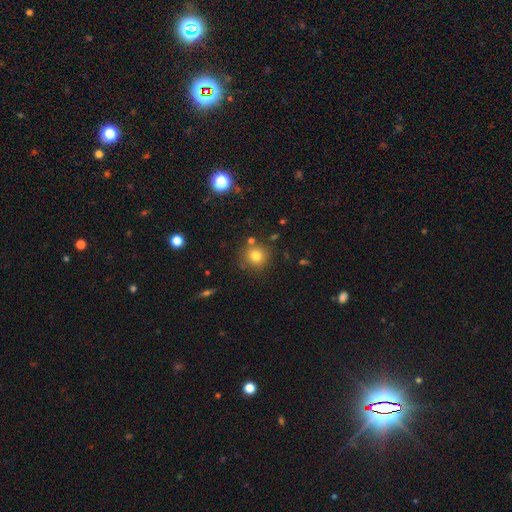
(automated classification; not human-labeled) Smooth or featured? smooth (78%)
How rounded? round (93%)
Merging? none (82%)